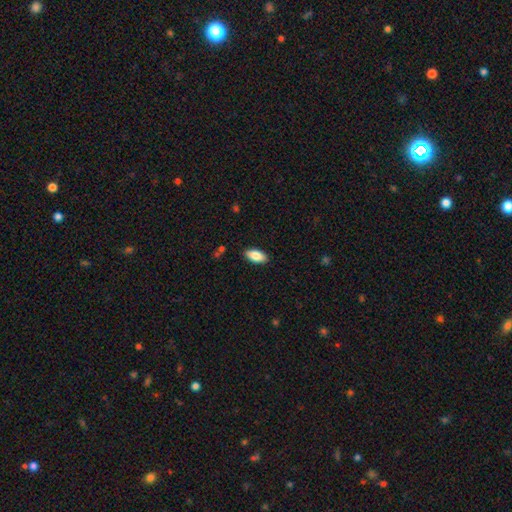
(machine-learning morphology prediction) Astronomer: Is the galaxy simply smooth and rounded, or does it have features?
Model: smooth — 85%.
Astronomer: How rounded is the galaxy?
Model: in between — 90%.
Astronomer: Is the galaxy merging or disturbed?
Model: none — 88%.